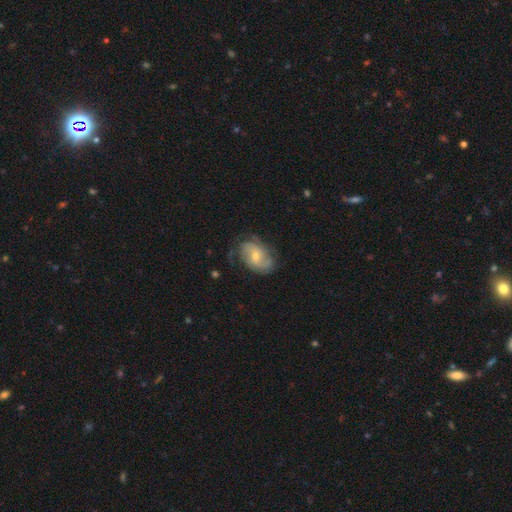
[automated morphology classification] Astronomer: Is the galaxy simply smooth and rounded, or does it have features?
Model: featured or disk — 67%.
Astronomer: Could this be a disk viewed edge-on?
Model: no — 96%.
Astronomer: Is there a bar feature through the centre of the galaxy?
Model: no — 57% (runner-up: weak, 36%).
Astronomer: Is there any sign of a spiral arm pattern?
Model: yes — 85%.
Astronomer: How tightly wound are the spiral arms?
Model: medium — 40% (runner-up: tight, 37%).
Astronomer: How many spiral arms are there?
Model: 2 — 49% (runner-up: can't tell, 30%).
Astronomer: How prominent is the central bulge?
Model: small — 54% (runner-up: moderate, 42%).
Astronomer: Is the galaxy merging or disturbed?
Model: none — 61%.